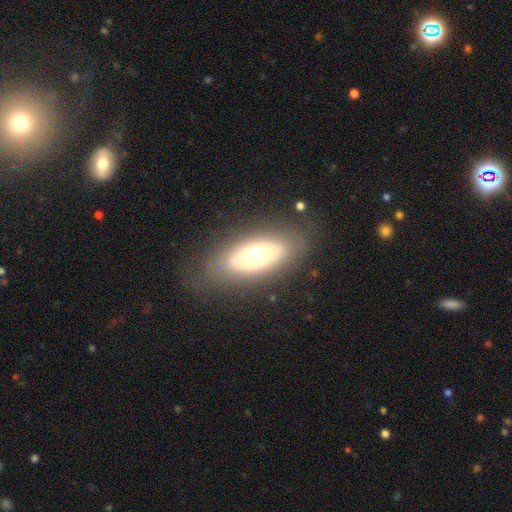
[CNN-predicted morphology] Overall: smooth (53%; featured or disk 39%). How rounded: in between (83%). Merging: none (78%).